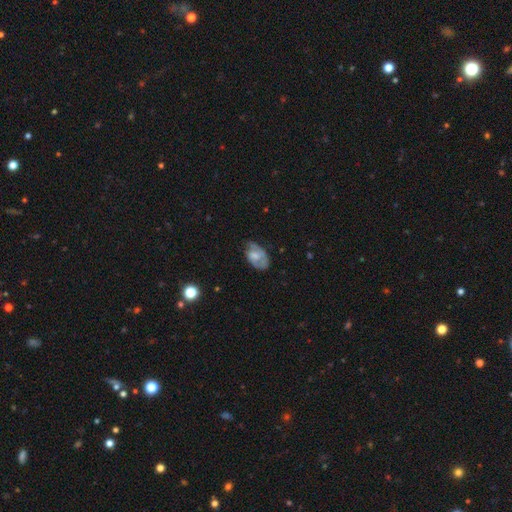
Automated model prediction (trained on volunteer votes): smooth_or_featured: smooth (p=0.48) [alt: featured or disk p=0.44]
merging: none (p=0.47) [alt: minor disturbance p=0.35]